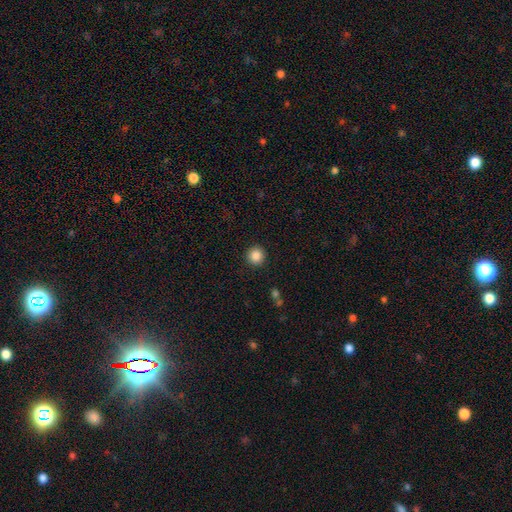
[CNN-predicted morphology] smooth 87%, star or artifact 10%, featured or disk 4%. Down the decision tree: how rounded — round (95%); merging — none (92%).